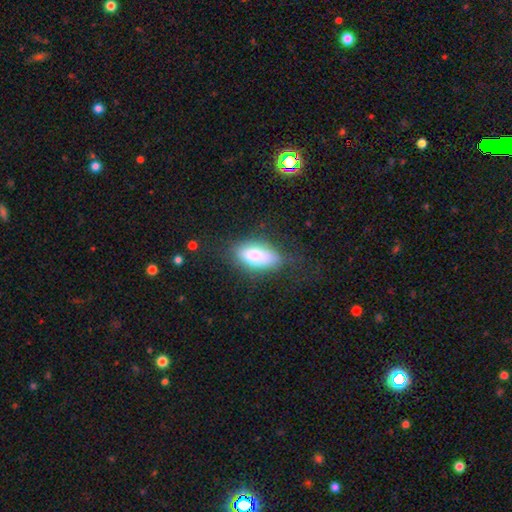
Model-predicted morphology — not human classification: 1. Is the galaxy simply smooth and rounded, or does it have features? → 77% smooth, 15% featured or disk, 7% star or artifact.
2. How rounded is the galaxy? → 87% in between, 10% cigar-shaped, 4% round.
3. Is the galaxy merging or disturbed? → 70% none, 20% minor disturbance, 8% major disturbance, 2% merger.